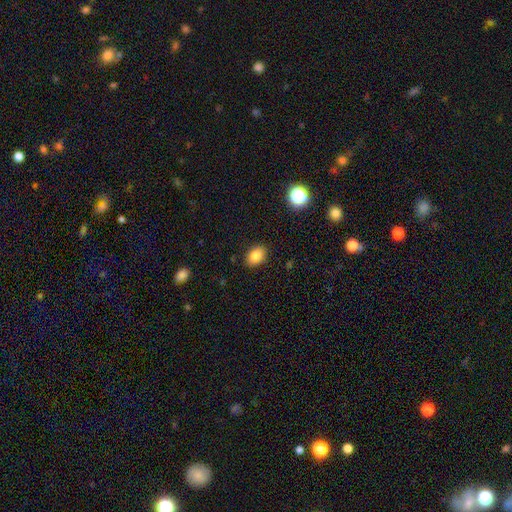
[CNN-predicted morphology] The model was most divided on "how rounded": in between: 76%, round: 23%, cigar-shaped: 1%. More confident: merging — none (86%); smooth or featured — smooth (85%).